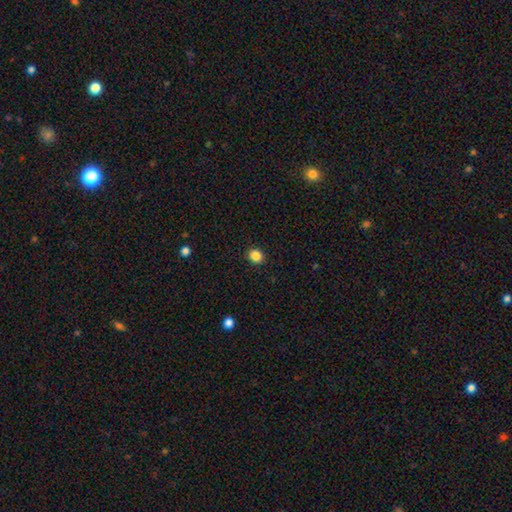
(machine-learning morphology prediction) smooth-or-featured: smooth: 86% | star or artifact: 11% | featured or disk: 4%
  how-rounded: round: 69% | in between: 30% | cigar-shaped: 1%
  merging: none: 91% | minor disturbance: 6% | major disturbance: 2% | merger: 1%